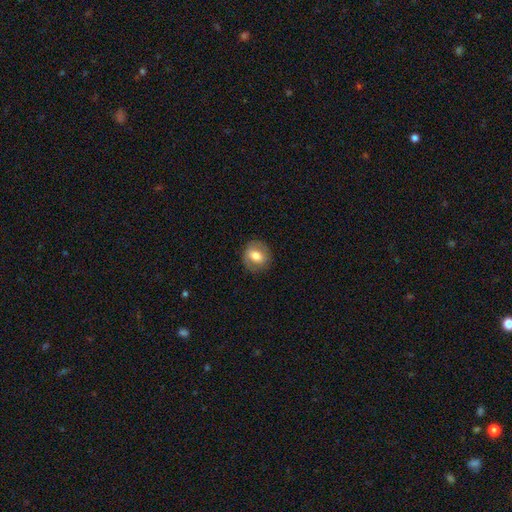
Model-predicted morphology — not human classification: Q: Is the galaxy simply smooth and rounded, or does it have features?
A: smooth — 64%.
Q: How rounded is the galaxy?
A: round — 71%.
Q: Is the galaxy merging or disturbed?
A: none — 84%.